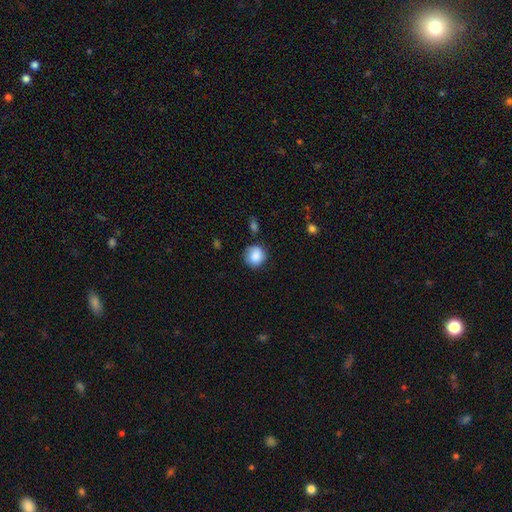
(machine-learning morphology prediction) This appears to be a smooth galaxy with no disk features (85%) that is round (90%). Merging: none (76%).